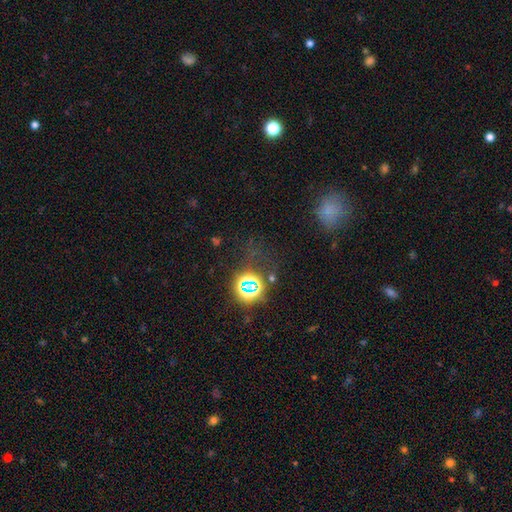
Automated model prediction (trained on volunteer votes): This appears to be a star or artifact, not a galaxy (58%).